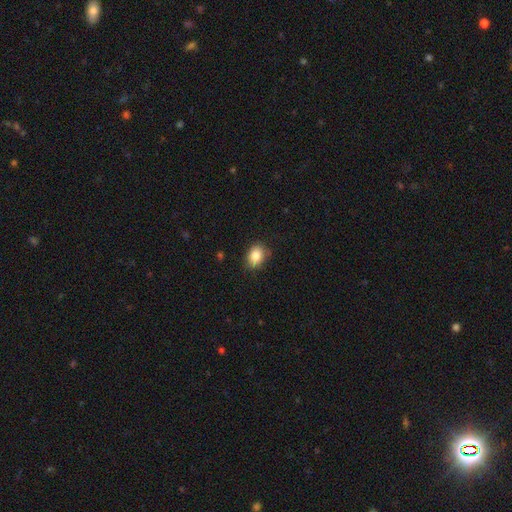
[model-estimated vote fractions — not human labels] Morphology: type=smooth (86%); roundness=in between (65%); merging=none (77%).